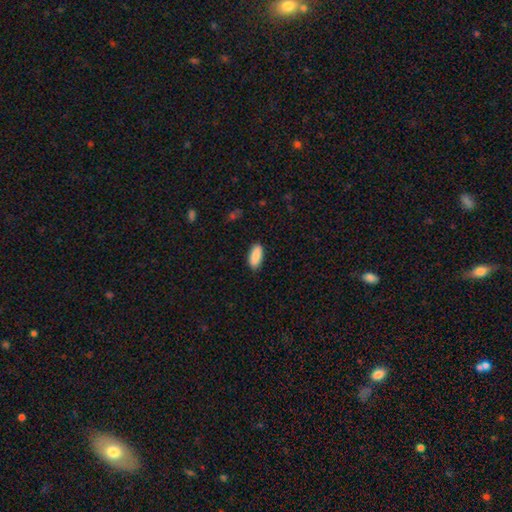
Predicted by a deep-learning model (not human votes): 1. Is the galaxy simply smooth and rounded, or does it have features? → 89% smooth, 6% star or artifact, 5% featured or disk.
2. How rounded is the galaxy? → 82% in between, 16% cigar-shaped, 2% round.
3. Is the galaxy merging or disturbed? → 87% none, 10% minor disturbance, 2% major disturbance, 1% merger.